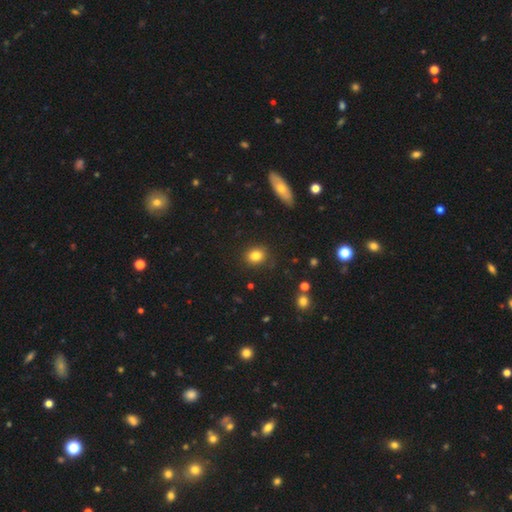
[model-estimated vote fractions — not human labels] This is clearly a smooth galaxy (83%). How rounded: likely round (65%). Merging: clearly none (86%).